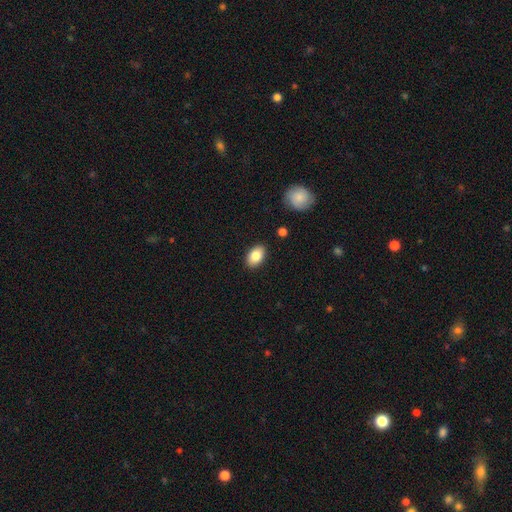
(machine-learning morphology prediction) A smooth galaxy with no disk features (84%) that is in between round and cigar-shaped (89%). Merging: none (88%).